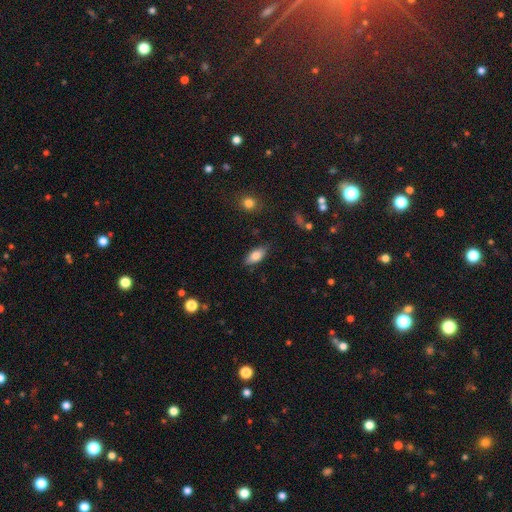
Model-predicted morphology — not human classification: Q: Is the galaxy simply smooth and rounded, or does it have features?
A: smooth — 79%.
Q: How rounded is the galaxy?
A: in between — 86%.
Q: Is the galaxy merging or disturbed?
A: none — 82%.